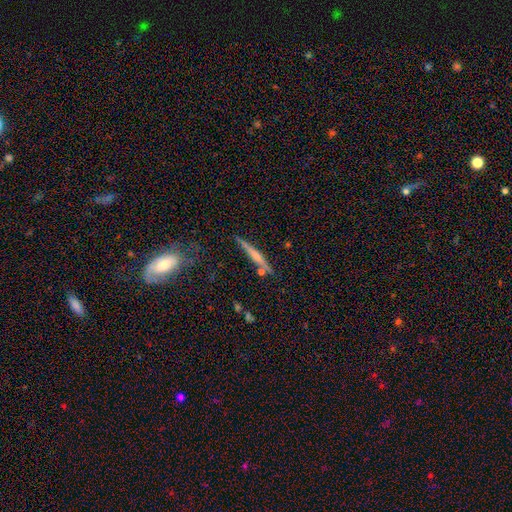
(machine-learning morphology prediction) Q: Smooth or featured?
A: featured or disk (51%); runner-up: smooth (41%)
Q: Edge-on disk?
A: yes (96%); runner-up: no (4%)
Q: Merging?
A: none (79%); runner-up: minor disturbance (13%)